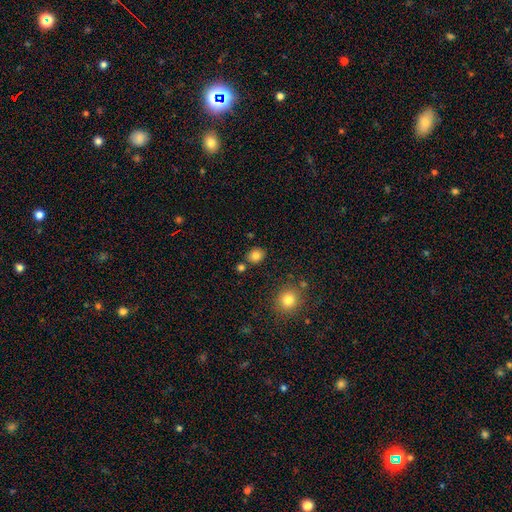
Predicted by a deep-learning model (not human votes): smooth-or-featured: smooth: 83% | star or artifact: 11% | featured or disk: 6%
  how-rounded: round: 62% | in between: 37% | cigar-shaped: 1%
  merging: none: 81% | minor disturbance: 10% | merger: 7% | major disturbance: 3%